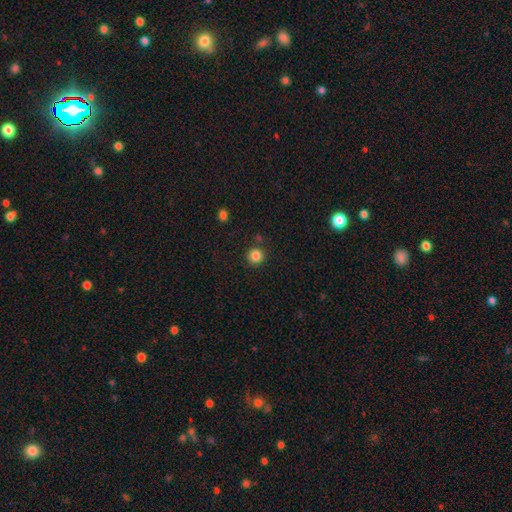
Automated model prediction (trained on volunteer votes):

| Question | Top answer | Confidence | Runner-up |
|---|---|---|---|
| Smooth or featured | smooth | 85% | star or artifact (11%) |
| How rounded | round | 94% | in between (5%) |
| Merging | none | 87% | minor disturbance (6%) |